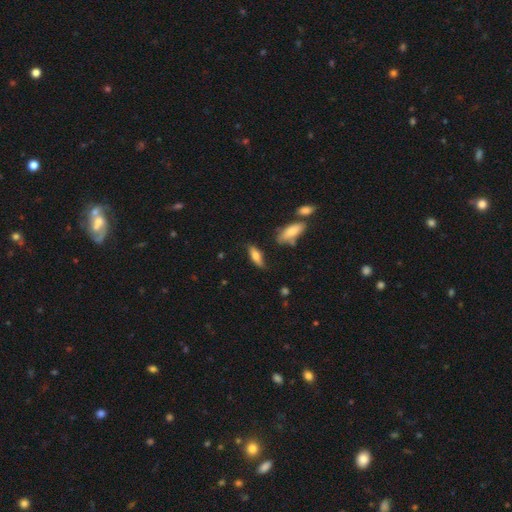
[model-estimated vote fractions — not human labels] Smooth or featured? smooth (66%)
How rounded? in between (60%)
Merging? none (66%)